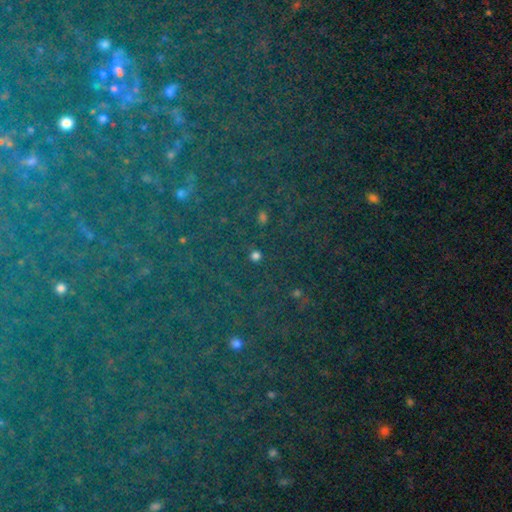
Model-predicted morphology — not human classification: A star or artifact, not a galaxy (65%).